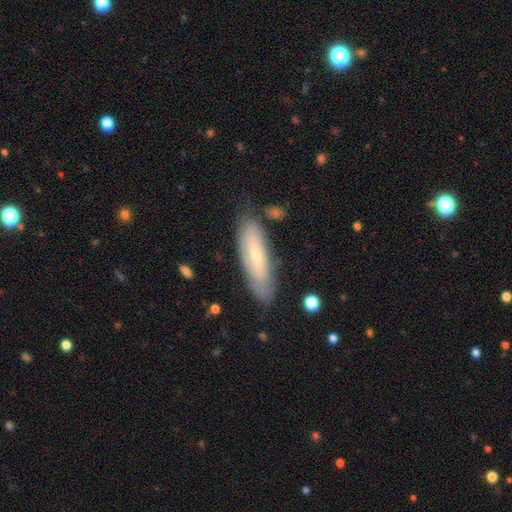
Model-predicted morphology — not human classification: Smooth or featured? Predicted: featured or disk (p=0.49). Merging? Predicted: none (p=0.75).